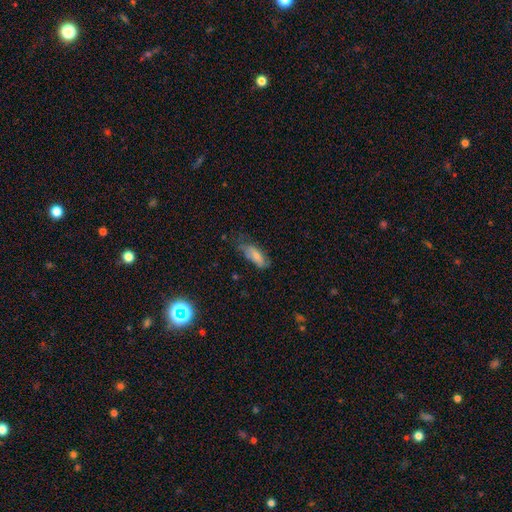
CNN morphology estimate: Overall: smooth (73%). How rounded: in between (76%). Merging: none (50%; minor disturbance 35%).